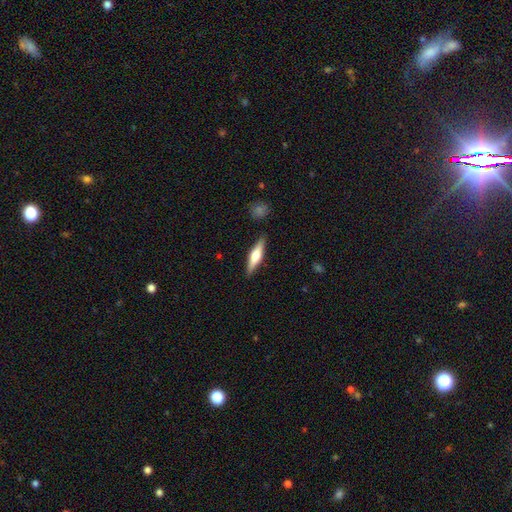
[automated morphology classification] type=featured or disk (53%); edge-on=yes (95%); edge-on bulge=rounded (89%); merging=none (89%).